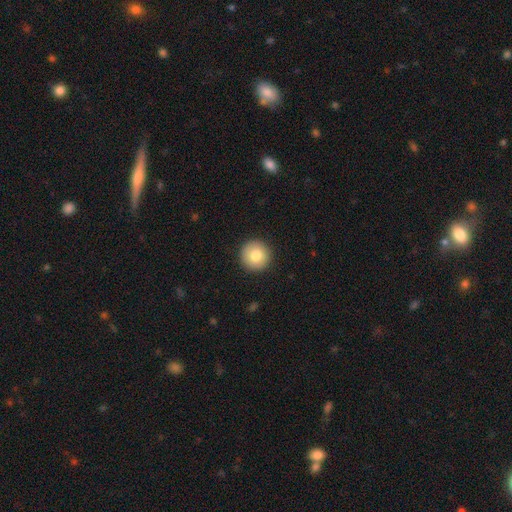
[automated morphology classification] smooth_or_featured: smooth (p=0.80) [alt: featured or disk p=0.11]
how_rounded: round (p=0.96) [alt: in between p=0.03]
merging: none (p=0.92) [alt: minor disturbance p=0.05]